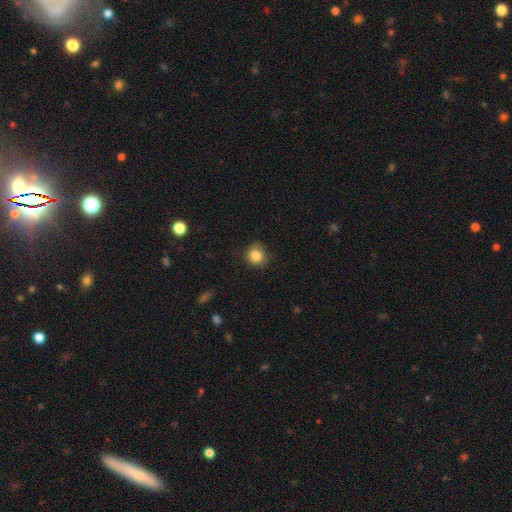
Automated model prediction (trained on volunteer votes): The model was most divided on "merging": none: 81%, minor disturbance: 15%, major disturbance: 3%, merger: 1%. More confident: how rounded — round (85%); smooth or featured — smooth (85%).